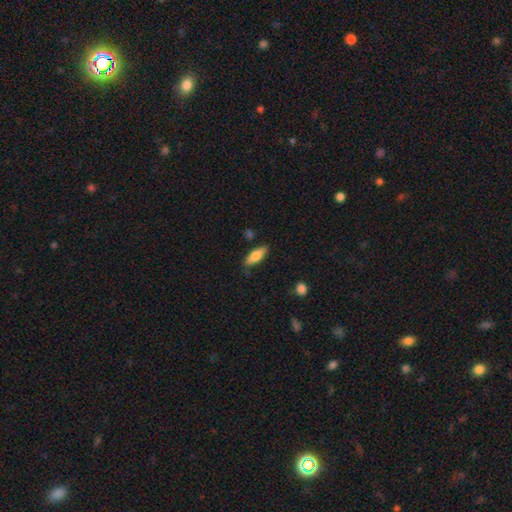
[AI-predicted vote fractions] A smooth galaxy with no disk features (72%) that is in between round and cigar-shaped (60%).

Vote fractions:
- Smooth or featured? smooth: 72% / featured or disk: 22% / star or artifact: 6%
- How rounded? in between: 60% / cigar-shaped: 38% / round: 2%
- Merging? none: 77% / minor disturbance: 17% / major disturbance: 3% / merger: 2%